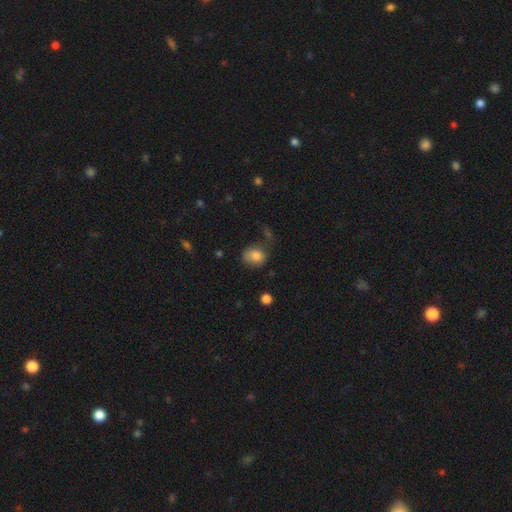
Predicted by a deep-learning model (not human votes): Smooth or featured? Predicted: smooth (p=0.81). How rounded? Predicted: round (p=0.52). Merging? Predicted: none (p=0.52).